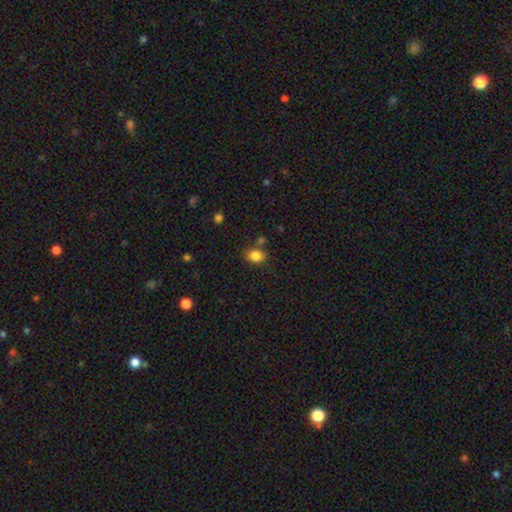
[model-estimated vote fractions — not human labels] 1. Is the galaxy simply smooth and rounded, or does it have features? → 84% smooth, 11% star or artifact, 6% featured or disk.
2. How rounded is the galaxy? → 55% in between, 44% round, 1% cigar-shaped.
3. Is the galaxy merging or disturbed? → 73% none, 13% minor disturbance, 10% merger, 4% major disturbance.